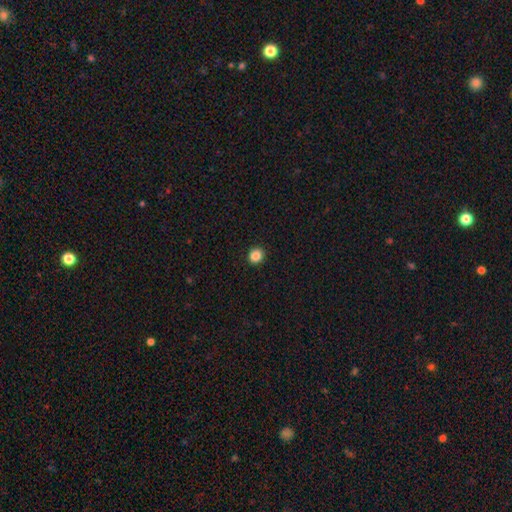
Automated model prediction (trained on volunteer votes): smooth-or-featured: smooth: 86% | star or artifact: 10% | featured or disk: 3%
  how-rounded: round: 83% | in between: 16% | cigar-shaped: 1%
  merging: none: 93% | minor disturbance: 5% | major disturbance: 2% | merger: 1%